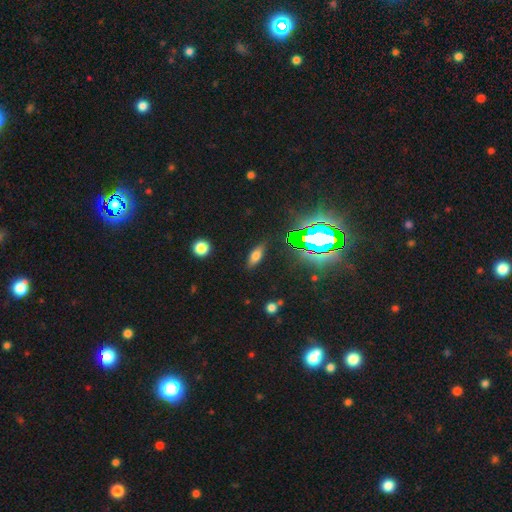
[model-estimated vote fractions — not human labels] Smooth or featured: smooth — 63% (star or artifact — 20%)
How rounded: in between — 71% (cigar-shaped — 24%)
Merging: none — 84% (minor disturbance — 11%)